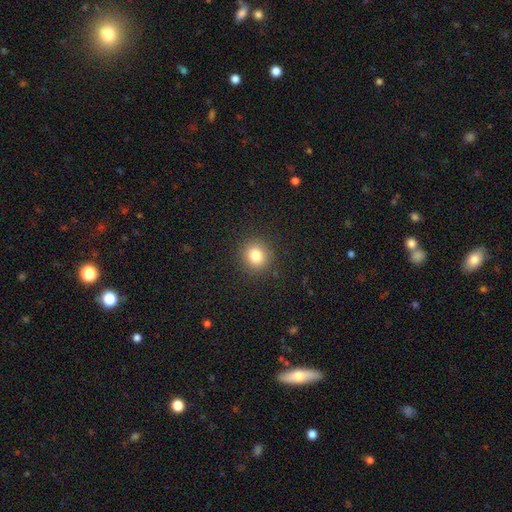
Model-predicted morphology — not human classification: The model was most divided on "smooth or featured": smooth: 82%, star or artifact: 12%, featured or disk: 7%. More confident: merging — none (90%); how rounded — round (87%).